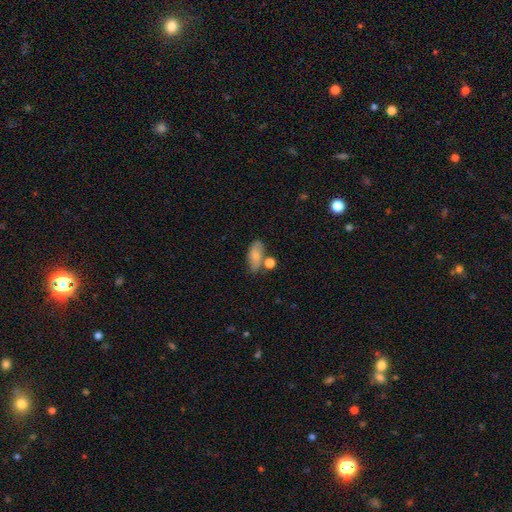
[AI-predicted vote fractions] smooth_or_featured: smooth (p=0.74) [alt: featured or disk p=0.18]
how_rounded: in between (p=0.86) [alt: cigar-shaped p=0.08]
merging: none (p=0.51) [alt: minor disturbance p=0.21]